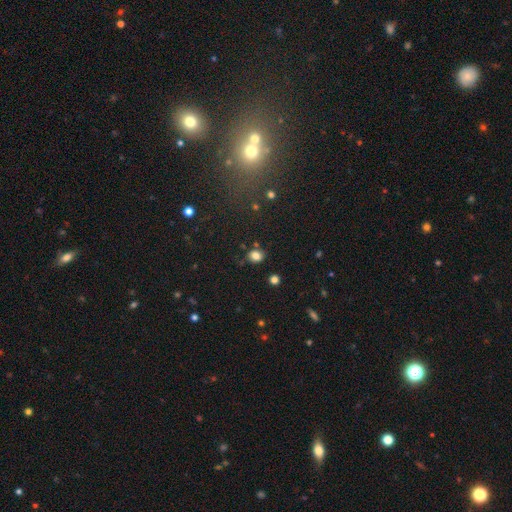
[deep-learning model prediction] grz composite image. It shows a smooth galaxy with no disk features (82%) that is round (59%). Merging: none (79%).